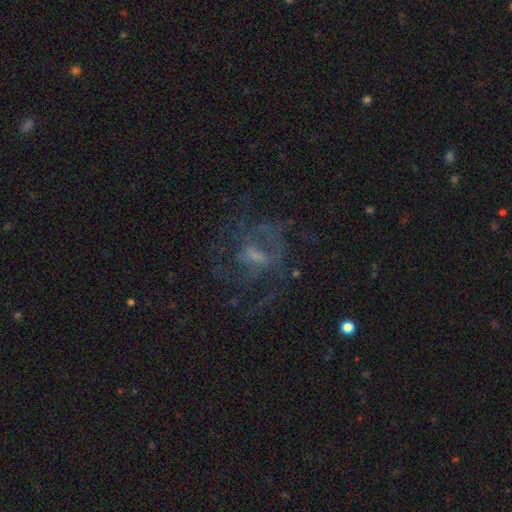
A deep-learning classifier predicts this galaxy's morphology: smooth_or_featured: featured or disk (p=0.68) [alt: smooth p=0.17]
disk_edge_on: no (p=0.97) [alt: yes p=0.03]
bar: weak (p=0.48) [alt: no p=0.37]
has_spiral_arms: yes (p=0.64) [alt: no p=0.36]
bulge_size: small (p=0.38) [alt: moderate p=0.33]
merging: none (p=0.51) [alt: major disturbance p=0.31]